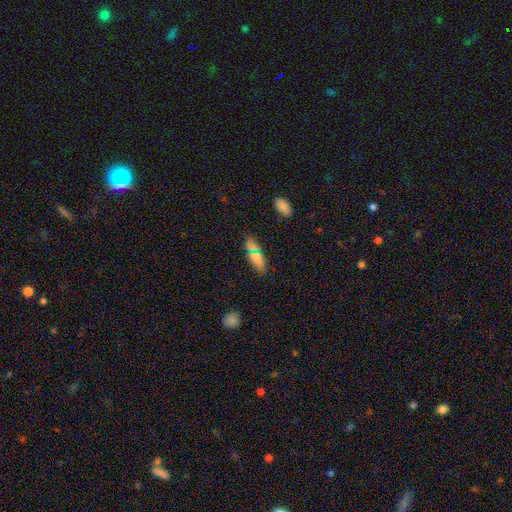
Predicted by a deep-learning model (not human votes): smooth_or_featured: smooth (p=0.75) [alt: star or artifact p=0.14]
how_rounded: in between (p=0.68) [alt: cigar-shaped p=0.28]
merging: none (p=0.83) [alt: minor disturbance p=0.12]